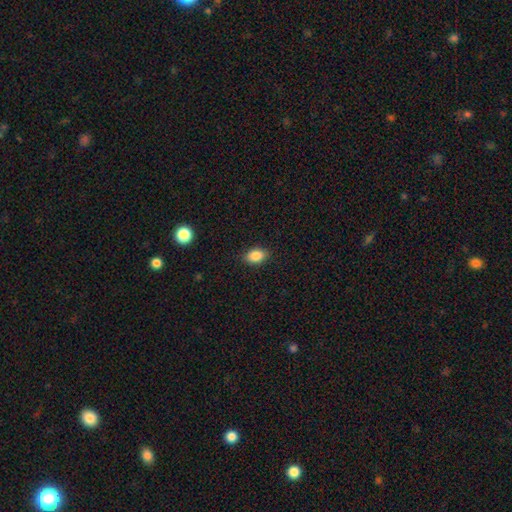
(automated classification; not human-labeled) Smooth or featured? smooth (87%)
How rounded? in between (86%)
Merging? none (88%)